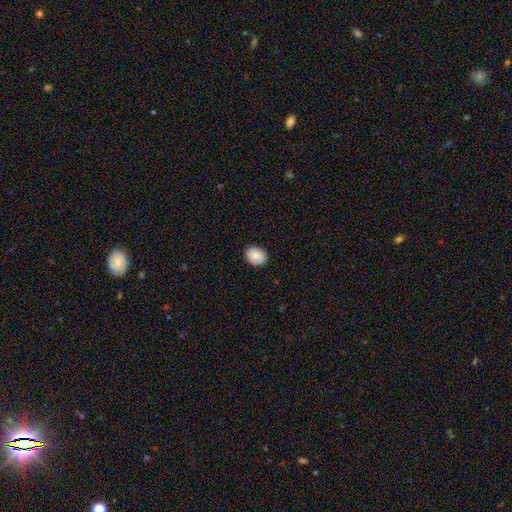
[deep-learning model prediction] smooth-or-featured: smooth: 86% | star or artifact: 7% | featured or disk: 7%
  how-rounded: in between: 54% | round: 45% | cigar-shaped: 1%
  merging: none: 86% | minor disturbance: 11% | major disturbance: 2% | merger: 1%